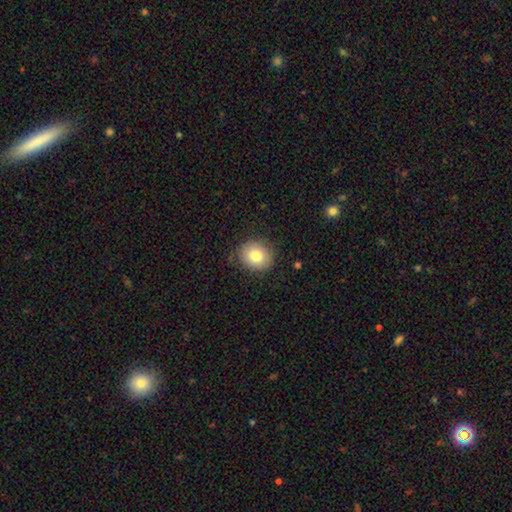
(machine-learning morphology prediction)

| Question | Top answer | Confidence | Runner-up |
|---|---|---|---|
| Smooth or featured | smooth | 81% | featured or disk (11%) |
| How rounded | round | 75% | in between (24%) |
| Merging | none | 84% | minor disturbance (12%) |